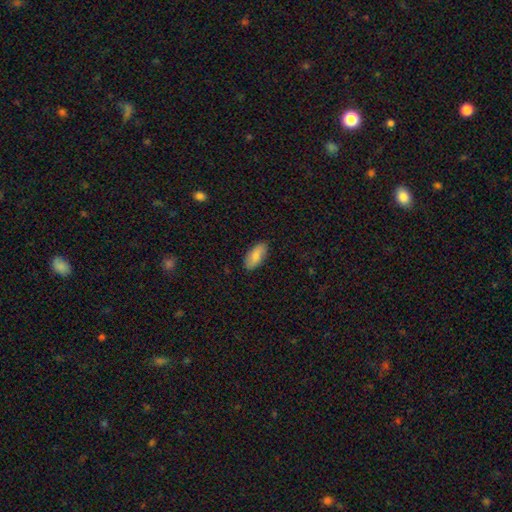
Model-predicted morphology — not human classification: A smooth galaxy with no disk features (82%) that is in between round and cigar-shaped (88%).

Vote fractions:
- Smooth or featured? smooth: 82% / featured or disk: 12% / star or artifact: 6%
- How rounded? in between: 88% / cigar-shaped: 10% / round: 2%
- Merging? none: 86% / minor disturbance: 11% / major disturbance: 2% / merger: 1%